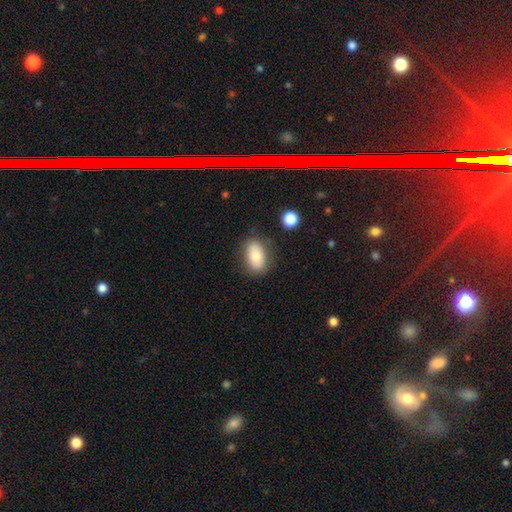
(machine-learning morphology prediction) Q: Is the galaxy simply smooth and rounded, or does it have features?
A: smooth — 76%.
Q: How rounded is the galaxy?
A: in between — 89%.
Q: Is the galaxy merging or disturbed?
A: none — 80%.